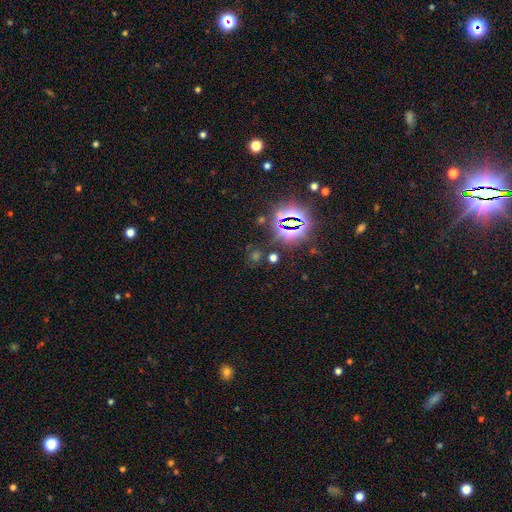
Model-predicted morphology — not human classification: smooth_or_featured: star or artifact (p=0.68) [alt: smooth p=0.24]